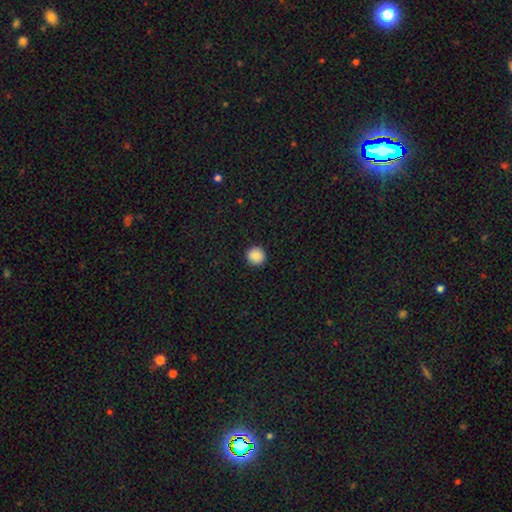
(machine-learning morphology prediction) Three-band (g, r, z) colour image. It shows a smooth galaxy with no disk features (88%) that is round (95%). Merging: none (93%).